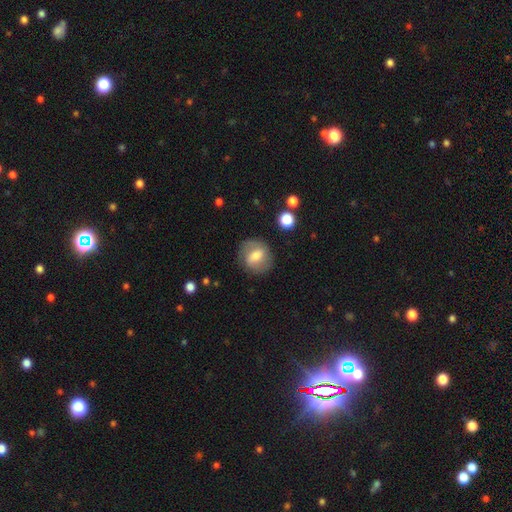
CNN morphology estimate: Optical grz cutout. It shows a smooth galaxy with no disk features (49%). Merging: none (79%).